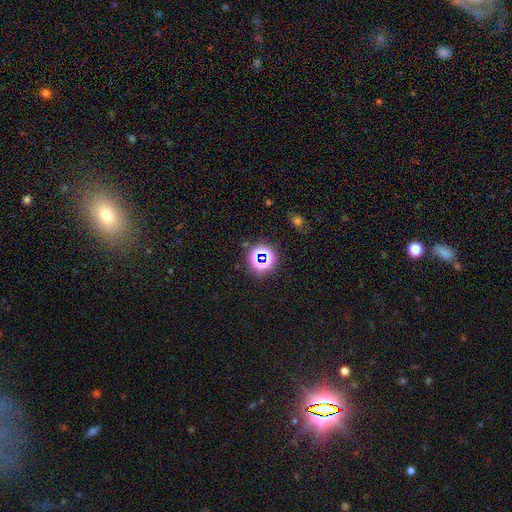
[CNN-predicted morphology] A star or artifact, not a galaxy (76%).